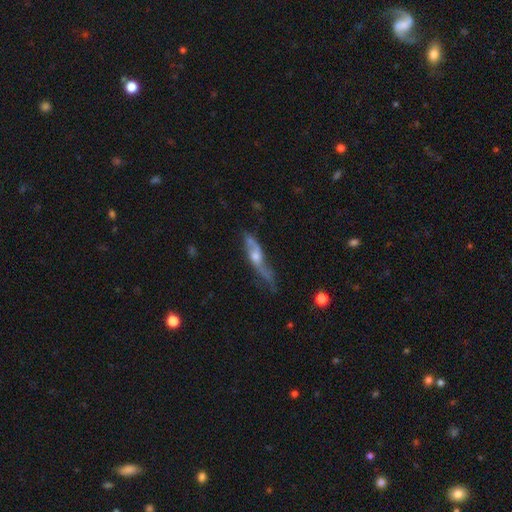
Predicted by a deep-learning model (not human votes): This appears to be a featured or disk galaxy (72%) viewed edge-on (56%). Merging: none (59%).